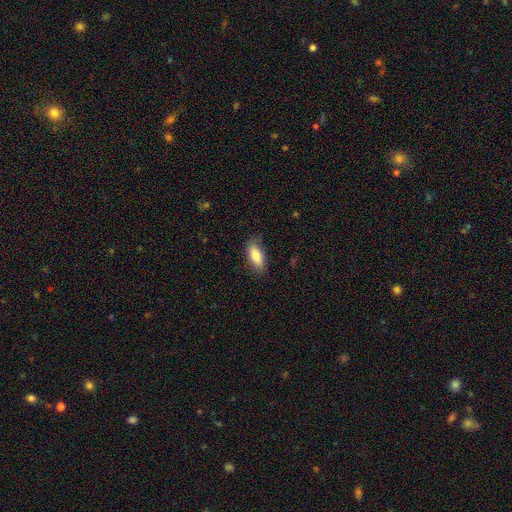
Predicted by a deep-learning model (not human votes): Smooth or featured?
  - smooth: 83% *
  - featured or disk: 11%
  - star or artifact: 7%
How rounded?
  - in between: 83% *
  - cigar-shaped: 15%
  - round: 2%
Merging?
  - none: 79% *
  - minor disturbance: 16%
  - major disturbance: 4%
  - merger: 1%